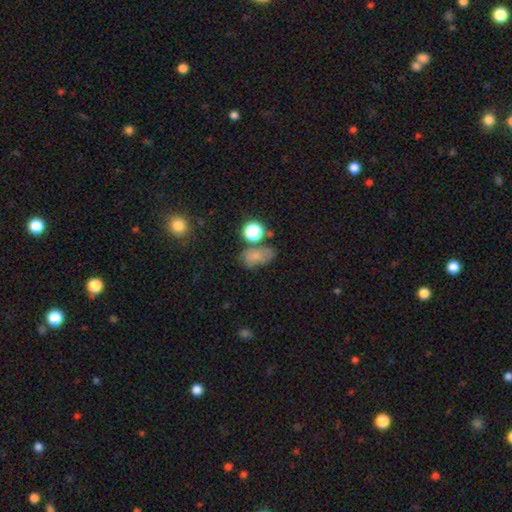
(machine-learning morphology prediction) This is likely a smooth galaxy (67%). How rounded: likely in between (75%). Merging: possibly none (50%).